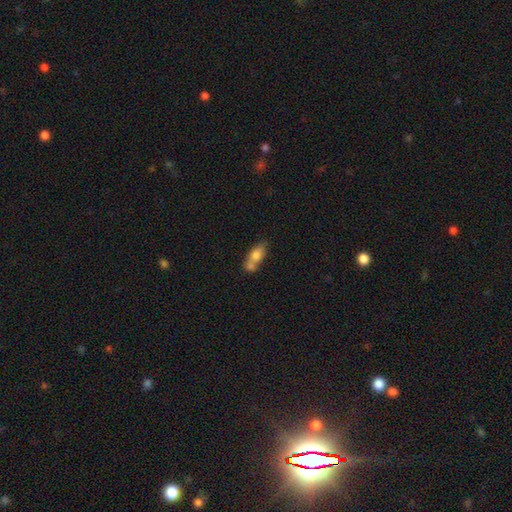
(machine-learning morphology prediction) Smooth or featured? smooth (71%)
How rounded? in between (78%)
Merging? merger (49%)